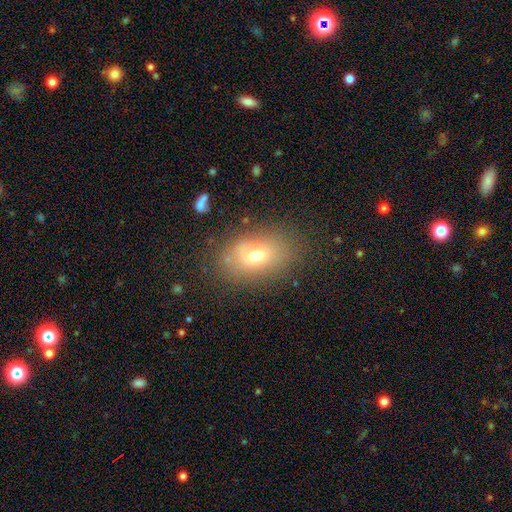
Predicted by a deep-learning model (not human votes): The model was most divided on "smooth or featured": smooth: 68%, featured or disk: 18%, star or artifact: 14%. More confident: how rounded — in between (81%); merging — none (78%).